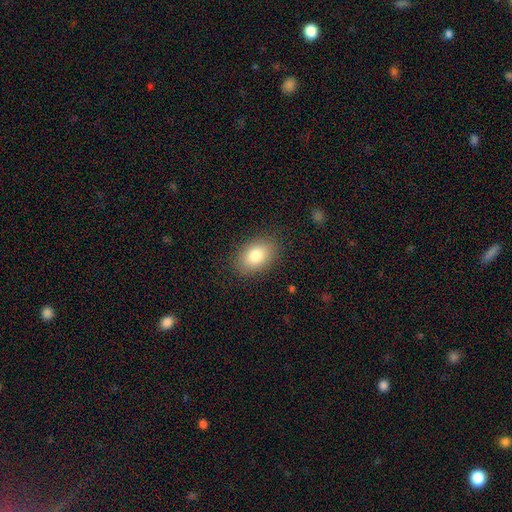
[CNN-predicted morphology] Smooth or featured? Predicted: smooth (p=0.81). How rounded? Predicted: in between (p=0.84). Merging? Predicted: none (p=0.86).